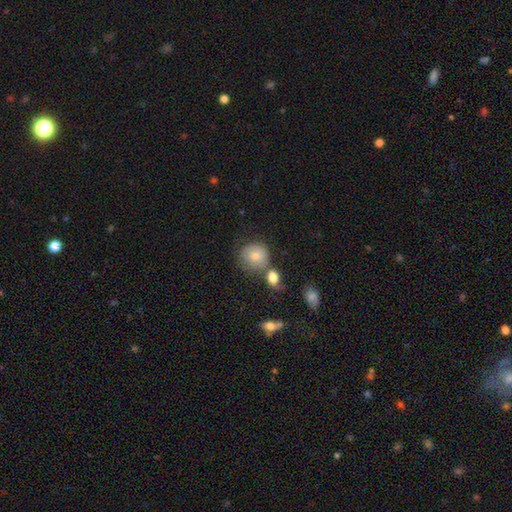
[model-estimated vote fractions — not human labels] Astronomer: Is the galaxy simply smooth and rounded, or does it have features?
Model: smooth — 76%.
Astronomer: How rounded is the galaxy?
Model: round — 86%.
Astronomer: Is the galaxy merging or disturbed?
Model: none — 55%.